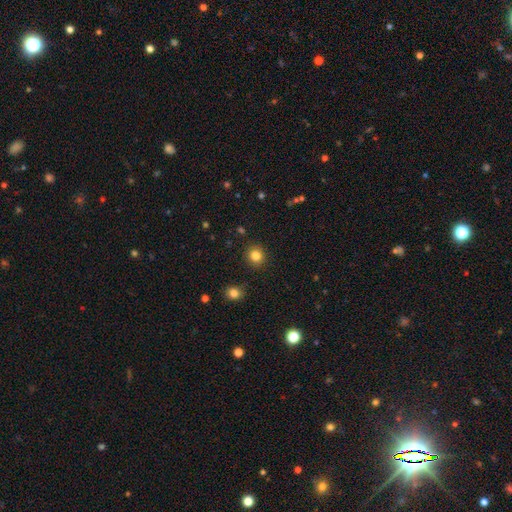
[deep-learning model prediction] Smooth or featured? Predicted: smooth (p=0.83). How rounded? Predicted: round (p=0.89). Merging? Predicted: none (p=0.91).